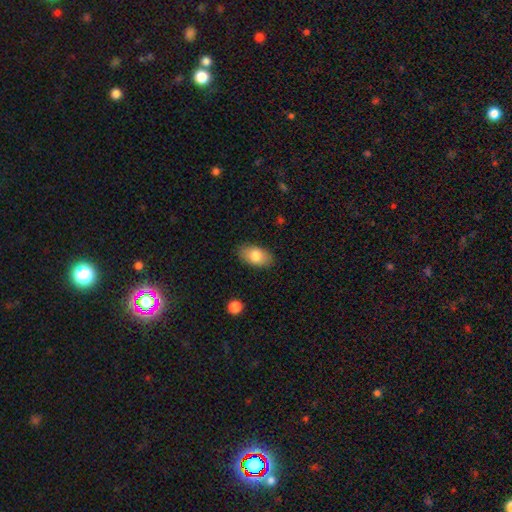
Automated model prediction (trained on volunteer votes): smooth_or_featured: smooth (p=0.81) [alt: featured or disk p=0.12]
how_rounded: in between (p=0.93) [alt: round p=0.05]
merging: none (p=0.86) [alt: minor disturbance p=0.10]